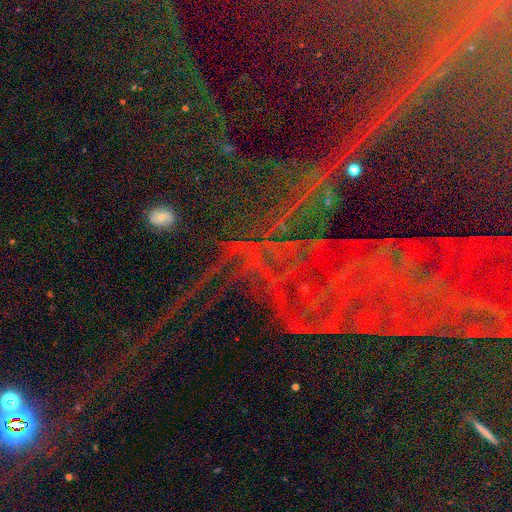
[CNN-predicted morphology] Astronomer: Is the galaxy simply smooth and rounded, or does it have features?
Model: star or artifact — 82%.